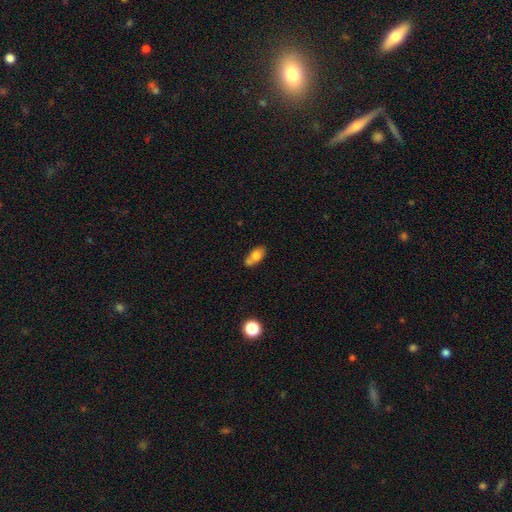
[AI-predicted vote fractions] Smooth or featured?
  - smooth: 71% *
  - featured or disk: 20%
  - star or artifact: 9%
How rounded?
  - in between: 84% *
  - round: 10%
  - cigar-shaped: 6%
Merging?
  - none: 44% *
  - merger: 31%
  - minor disturbance: 19%
  - major disturbance: 6%